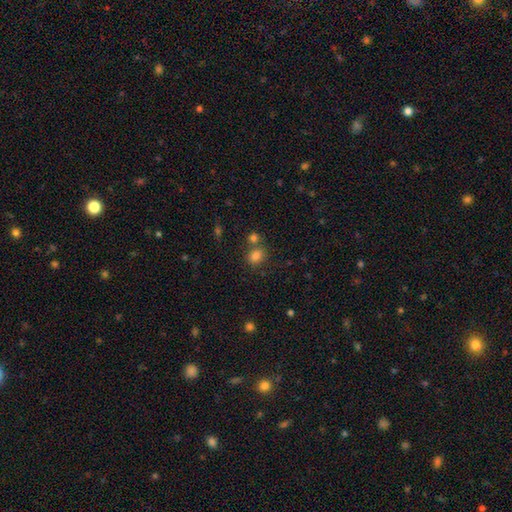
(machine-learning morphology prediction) Smooth or featured? smooth (81%)
How rounded? round (51%)
Merging? none (60%)